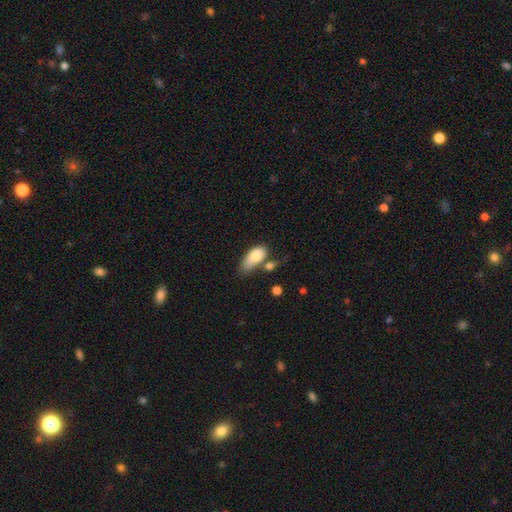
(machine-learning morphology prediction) Smooth or featured: smooth — 80% (featured or disk — 13%)
How rounded: in between — 86% (cigar-shaped — 9%)
Merging: none — 31% (minor disturbance — 30%)